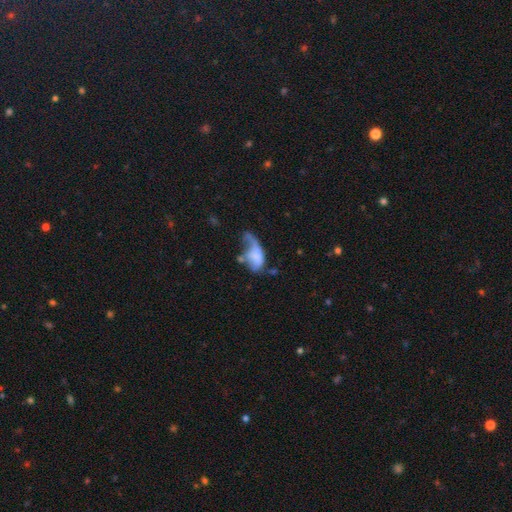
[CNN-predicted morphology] Smooth or featured?
  - smooth: 53% *
  - featured or disk: 38%
  - star or artifact: 9%
How rounded?
  - in between: 88% *
  - round: 7%
  - cigar-shaped: 5%
Merging?
  - major disturbance: 51% *
  - minor disturbance: 18%
  - merger: 16%
  - none: 15%